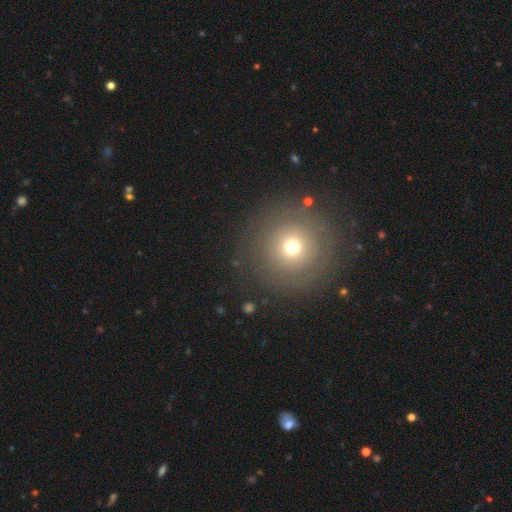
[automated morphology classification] smooth_or_featured: smooth (p=0.57) [alt: star or artifact p=0.30]
how_rounded: round (p=0.95) [alt: in between p=0.04]
merging: none (p=0.90) [alt: minor disturbance p=0.06]